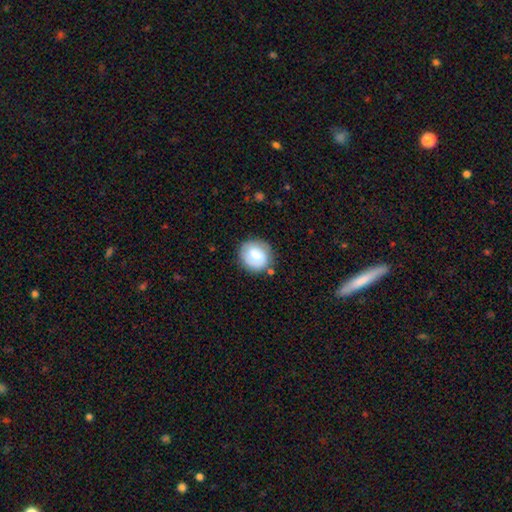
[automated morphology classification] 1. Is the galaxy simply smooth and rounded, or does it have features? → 69% smooth, 24% featured or disk, 7% star or artifact.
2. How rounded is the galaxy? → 82% round, 17% in between, 1% cigar-shaped.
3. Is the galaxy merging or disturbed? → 80% none, 14% minor disturbance, 4% major disturbance, 3% merger.